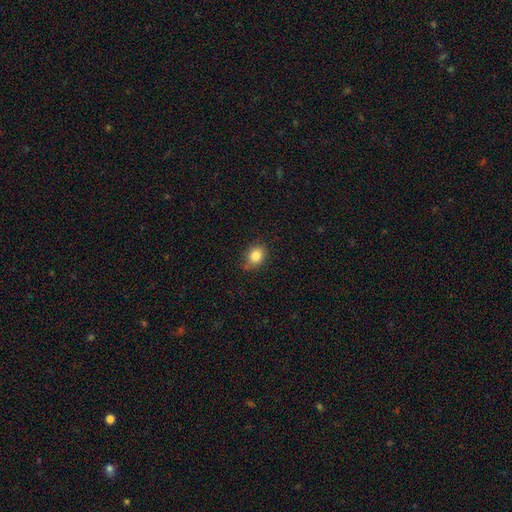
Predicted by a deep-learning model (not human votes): Morphology: type=smooth (84%); roundness=round (53%); merging=none (77%).